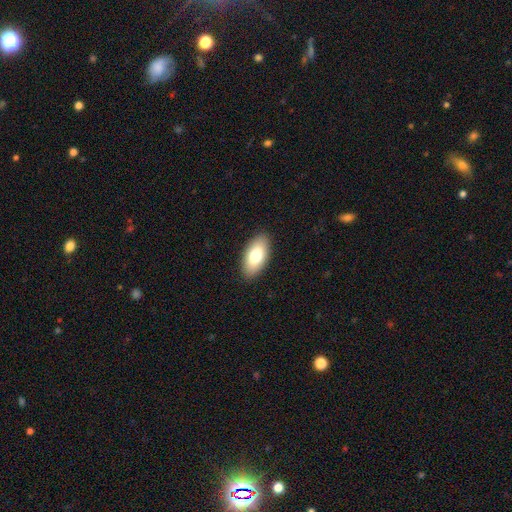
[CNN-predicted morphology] Overall: smooth (78%). How rounded: in between (93%). Merging: none (90%).